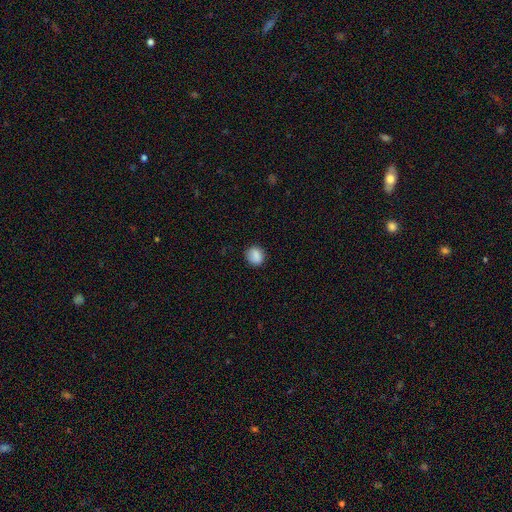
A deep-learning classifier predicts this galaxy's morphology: Overall: smooth (86%). How rounded: round (67%; in between 31%). Merging: none (85%).